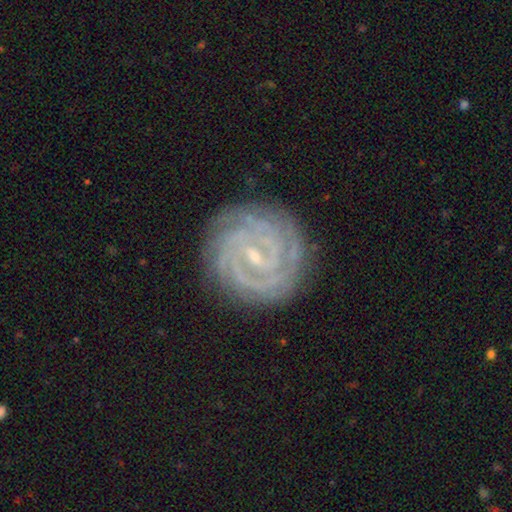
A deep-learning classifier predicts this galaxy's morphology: This appears to be a featured or disk galaxy (90%) with a weak bar (47%), 2 (31%) tight (86%) spiral arms (99%) and a small central bulge (78%). Merging: none (84%).